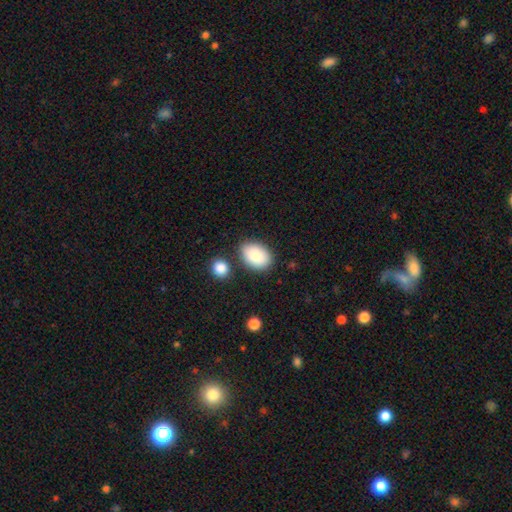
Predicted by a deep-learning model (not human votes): This is clearly a smooth galaxy (86%). How rounded: clearly in between (83%). Merging: likely none (77%).